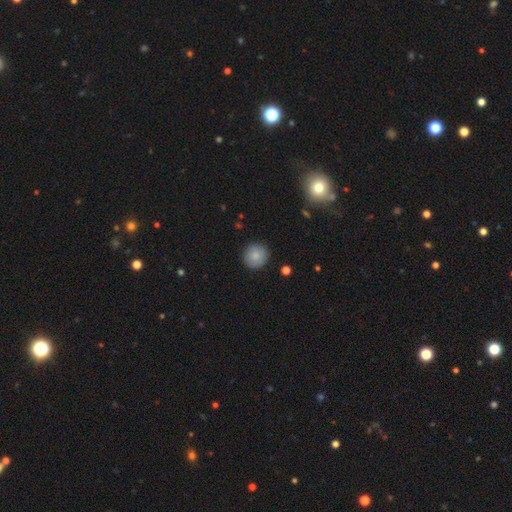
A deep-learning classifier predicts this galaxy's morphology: Smooth or featured? smooth (86%)
How rounded? round (94%)
Merging? none (91%)